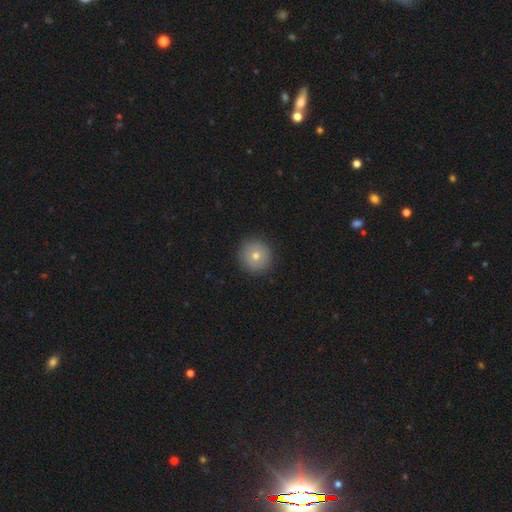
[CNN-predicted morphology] Smooth or featured: smooth — 70% (featured or disk — 20%)
How rounded: round — 96% (in between — 3%)
Merging: none — 92% (minor disturbance — 5%)